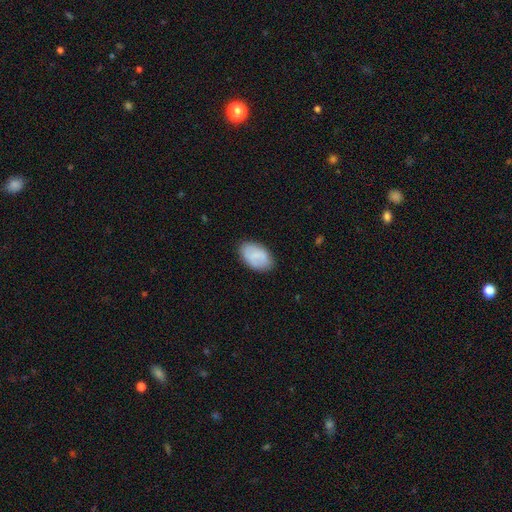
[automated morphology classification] smooth_or_featured: smooth (p=0.74) [alt: featured or disk p=0.20]
how_rounded: in between (p=0.91) [alt: round p=0.07]
merging: none (p=0.81) [alt: minor disturbance p=0.15]